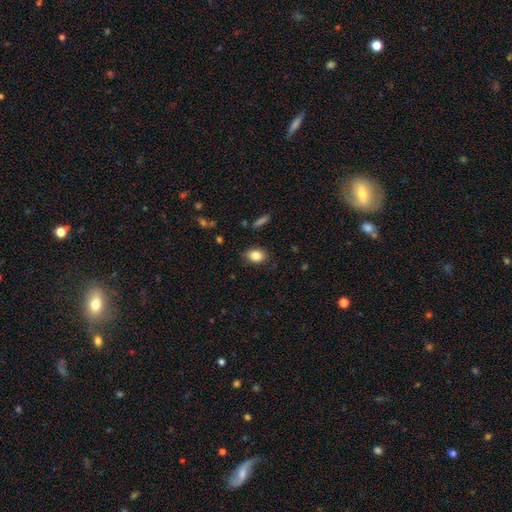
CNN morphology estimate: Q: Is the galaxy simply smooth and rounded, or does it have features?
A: smooth — 83%.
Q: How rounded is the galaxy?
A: in between — 75%.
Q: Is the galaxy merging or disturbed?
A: none — 82%.